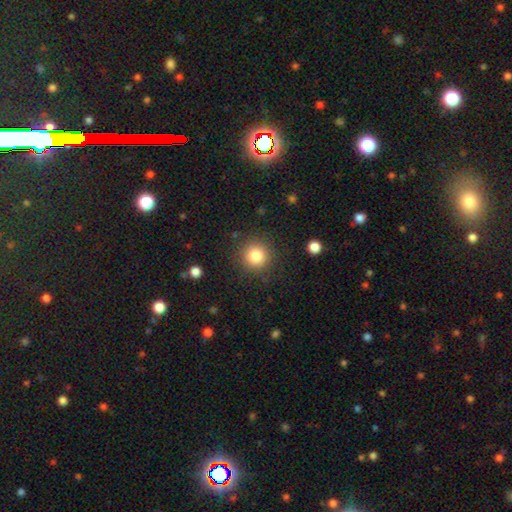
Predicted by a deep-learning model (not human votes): Smooth or featured: smooth — 82% (star or artifact — 11%)
How rounded: round — 94% (in between — 5%)
Merging: none — 88% (minor disturbance — 7%)